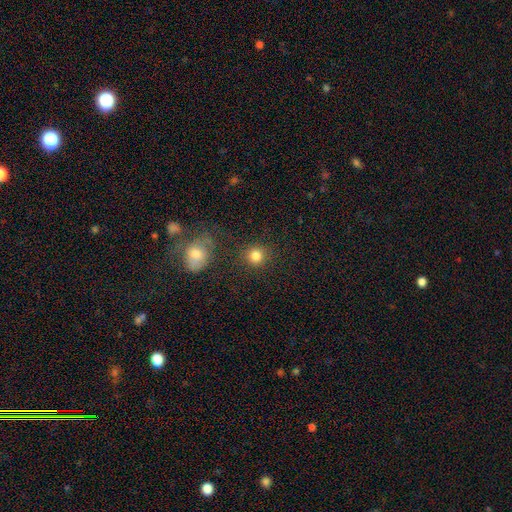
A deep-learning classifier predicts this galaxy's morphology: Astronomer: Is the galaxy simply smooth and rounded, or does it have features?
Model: smooth — 83%.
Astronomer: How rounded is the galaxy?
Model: round — 90%.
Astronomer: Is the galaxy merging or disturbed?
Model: none — 83%.